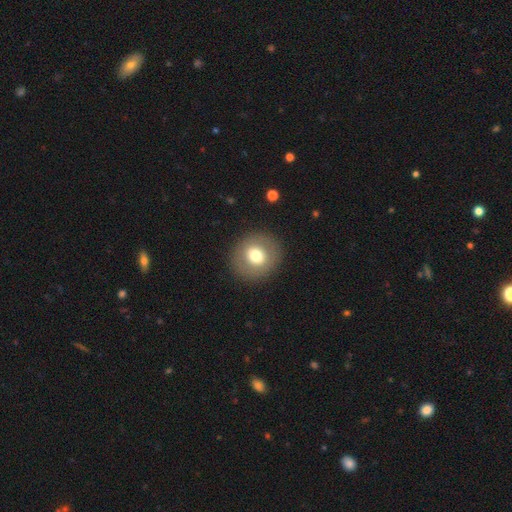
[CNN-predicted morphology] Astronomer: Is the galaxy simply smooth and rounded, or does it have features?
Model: smooth — 70%.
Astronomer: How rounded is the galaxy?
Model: round — 89%.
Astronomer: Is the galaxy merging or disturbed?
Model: none — 89%.